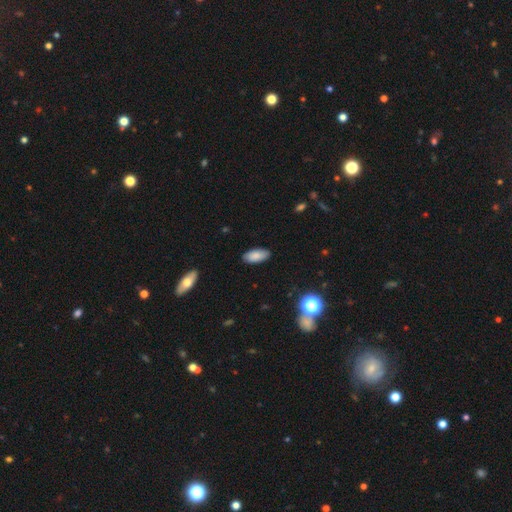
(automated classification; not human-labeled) smooth 85%, featured or disk 8%, star or artifact 7%. Down the decision tree: how rounded — in between (90%); merging — none (87%).